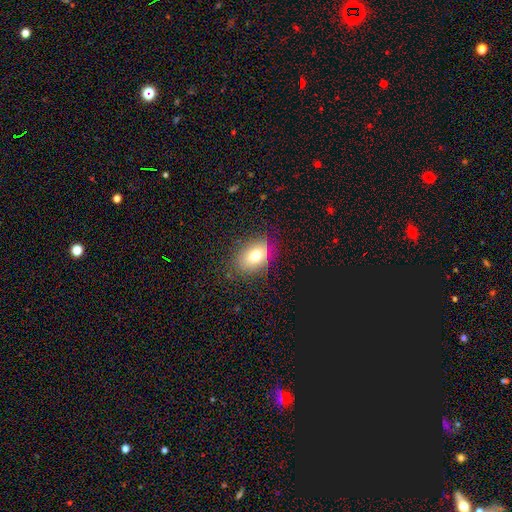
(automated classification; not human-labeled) smooth 73%, featured or disk 15%, star or artifact 12%. Down the decision tree: how rounded — in between (76%); merging — none (77%).